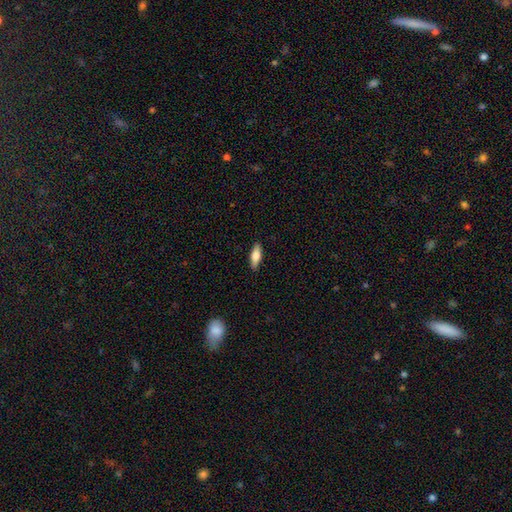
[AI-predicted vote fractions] Morphology: type=smooth (74%); roundness=in between (61%); merging=none (88%).